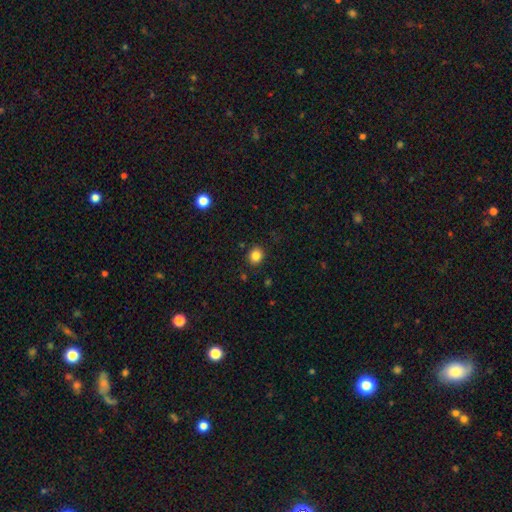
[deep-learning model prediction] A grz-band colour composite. It shows a smooth galaxy with no disk features (84%) that is round (68%). Merging: none (88%).